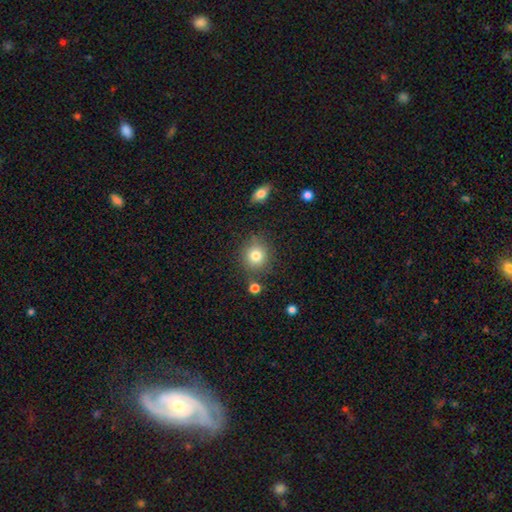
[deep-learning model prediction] Smooth or featured?
  - smooth: 81% *
  - star or artifact: 11%
  - featured or disk: 8%
How rounded?
  - round: 88% *
  - in between: 11%
  - cigar-shaped: 1%
Merging?
  - none: 82% *
  - minor disturbance: 10%
  - merger: 5%
  - major disturbance: 3%